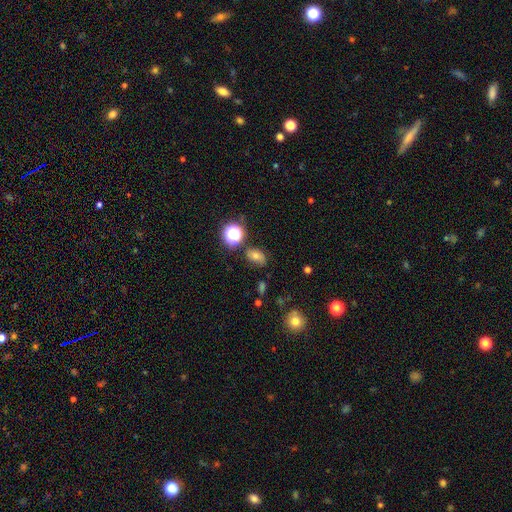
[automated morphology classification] A smooth galaxy with no disk features (55%) that is in between round and cigar-shaped (67%). Merging: none (75%).